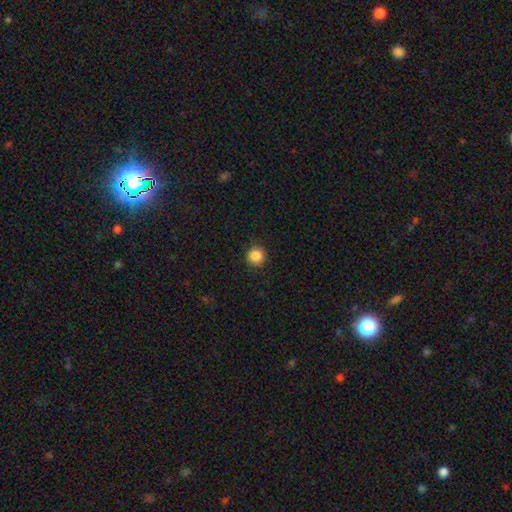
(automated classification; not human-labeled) Smooth or featured: smooth — 87% (star or artifact — 10%)
How rounded: round — 94% (in between — 5%)
Merging: none — 92% (minor disturbance — 5%)